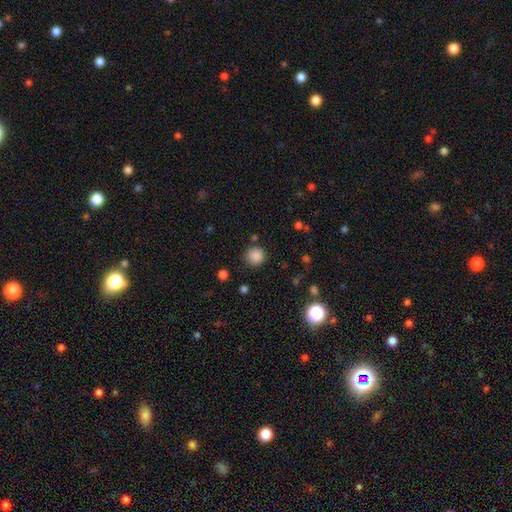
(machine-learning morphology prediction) Overall: smooth (85%). How rounded: round (92%). Merging: none (83%).